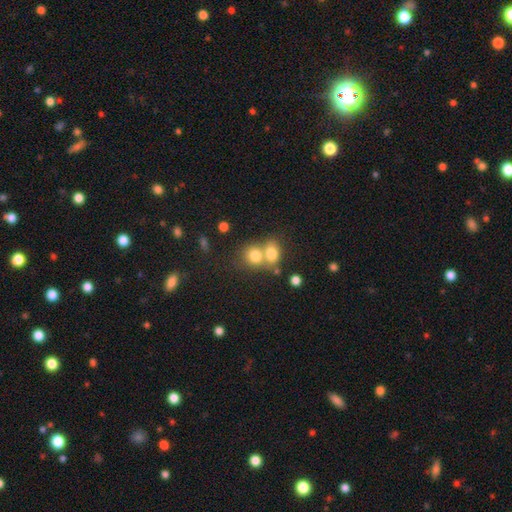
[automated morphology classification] Smooth or featured?
  - smooth: 77% *
  - featured or disk: 12%
  - star or artifact: 11%
How rounded?
  - round: 66% *
  - in between: 33%
  - cigar-shaped: 1%
Merging?
  - merger: 58% *
  - none: 32%
  - minor disturbance: 7%
  - major disturbance: 3%